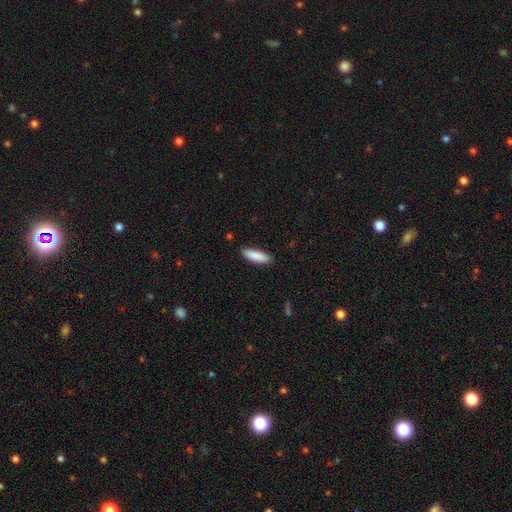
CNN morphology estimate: Q: Smooth or featured?
A: smooth (88%); runner-up: featured or disk (6%)
Q: How rounded?
A: cigar-shaped (50%); runner-up: in between (48%)
Q: Merging?
A: none (88%); runner-up: minor disturbance (9%)